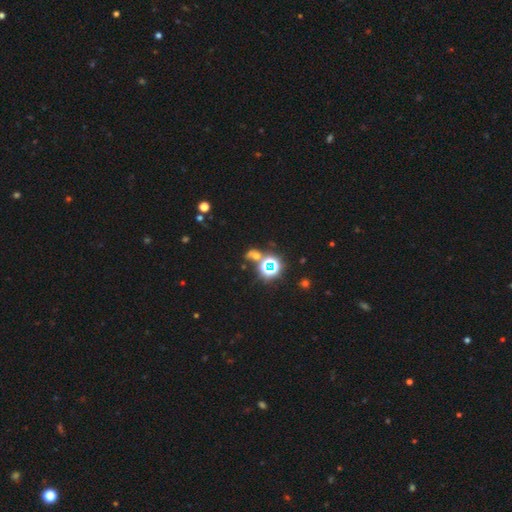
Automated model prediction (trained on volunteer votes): smooth_or_featured: star or artifact (p=0.55) [alt: smooth p=0.31]